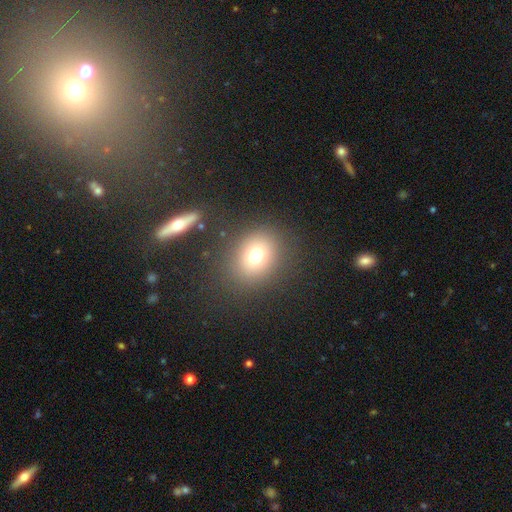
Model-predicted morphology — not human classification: smooth_or_featured: smooth (p=0.73) [alt: star or artifact p=0.17]
how_rounded: round (p=0.66) [alt: in between p=0.33]
merging: none (p=0.84) [alt: minor disturbance p=0.08]